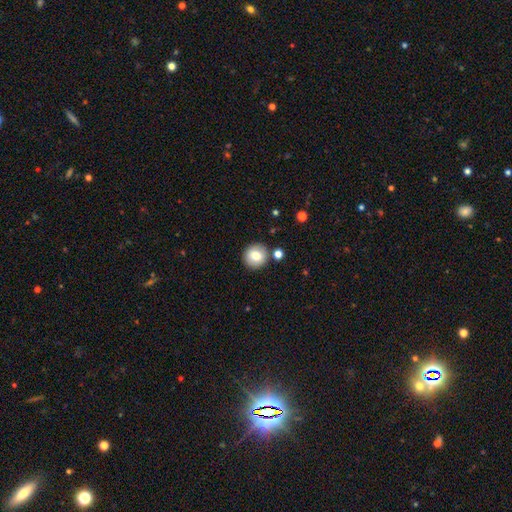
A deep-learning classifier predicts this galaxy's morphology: Overall: smooth (79%). How rounded: round (93%). Merging: none (86%).